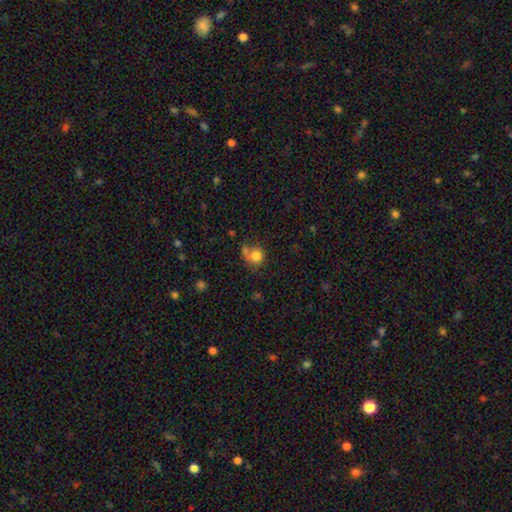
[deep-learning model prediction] This appears to be a smooth galaxy with no disk features (80%) that is round (80%). Merging: none (46%).